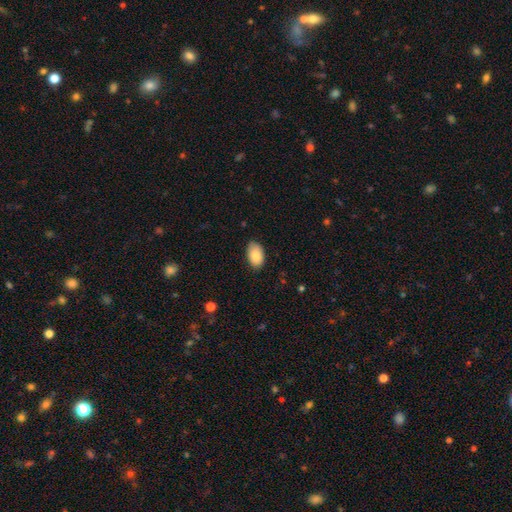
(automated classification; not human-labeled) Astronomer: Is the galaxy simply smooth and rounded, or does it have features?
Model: smooth — 86%.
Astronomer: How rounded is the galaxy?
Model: in between — 93%.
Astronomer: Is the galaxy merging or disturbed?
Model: none — 82%.